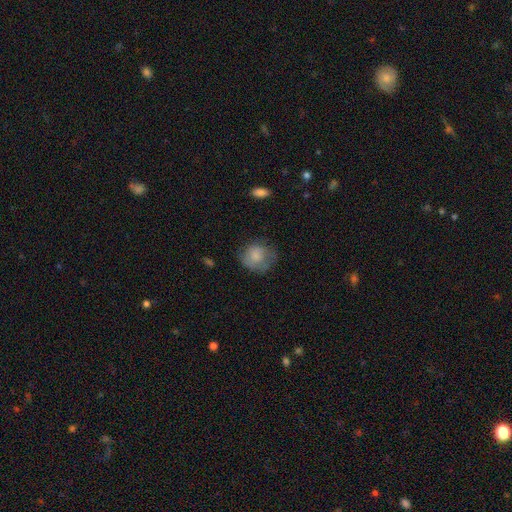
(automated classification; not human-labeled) Smooth or featured?
  - smooth: 75% *
  - featured or disk: 17%
  - star or artifact: 8%
How rounded?
  - round: 77% *
  - in between: 22%
  - cigar-shaped: 1%
Merging?
  - none: 58% *
  - minor disturbance: 26%
  - major disturbance: 14%
  - merger: 2%